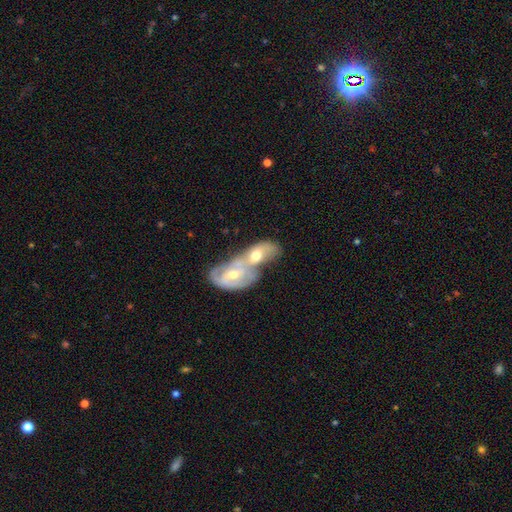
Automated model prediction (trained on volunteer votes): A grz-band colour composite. It shows a featured or disk galaxy (57%) with no bar (71%), spiral arms (56%) and a moderate central bulge (65%). Merging: merger (79%).